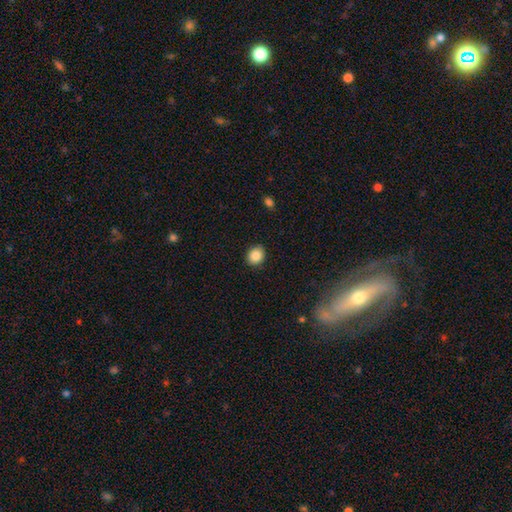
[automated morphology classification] A smooth galaxy with no disk features (87%) that is round (66%).

Vote fractions:
- Smooth or featured? smooth: 87% / star or artifact: 9% / featured or disk: 5%
- How rounded? round: 66% / in between: 33% / cigar-shaped: 1%
- Merging? none: 90% / minor disturbance: 7% / major disturbance: 2% / merger: 1%